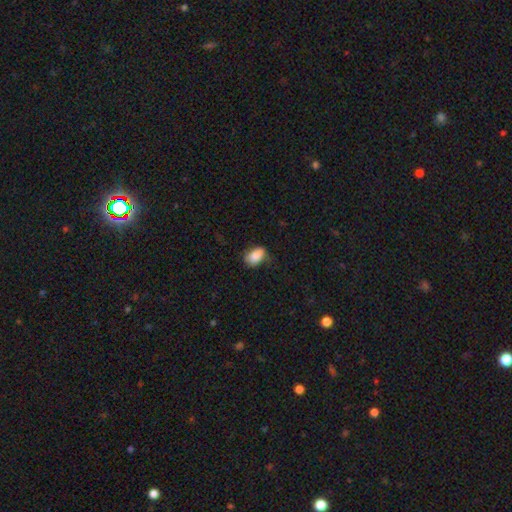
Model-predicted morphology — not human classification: Smooth or featured?
  - smooth: 84% *
  - featured or disk: 8%
  - star or artifact: 8%
How rounded?
  - in between: 84% *
  - round: 15%
  - cigar-shaped: 2%
Merging?
  - none: 61% *
  - minor disturbance: 29%
  - major disturbance: 7%
  - merger: 2%